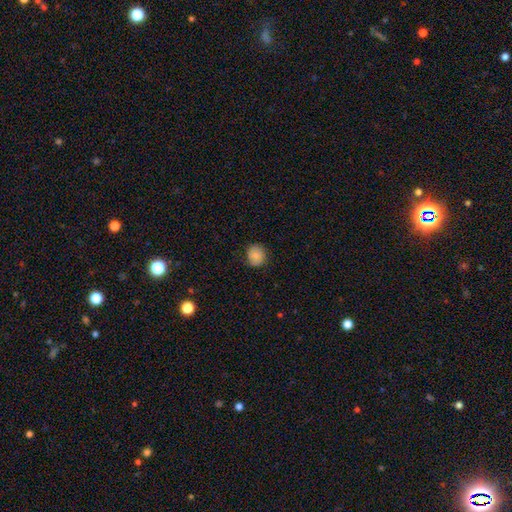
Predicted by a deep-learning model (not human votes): Q: Smooth or featured?
A: smooth (83%); runner-up: featured or disk (8%)
Q: How rounded?
A: round (79%); runner-up: in between (20%)
Q: Merging?
A: none (83%); runner-up: minor disturbance (13%)